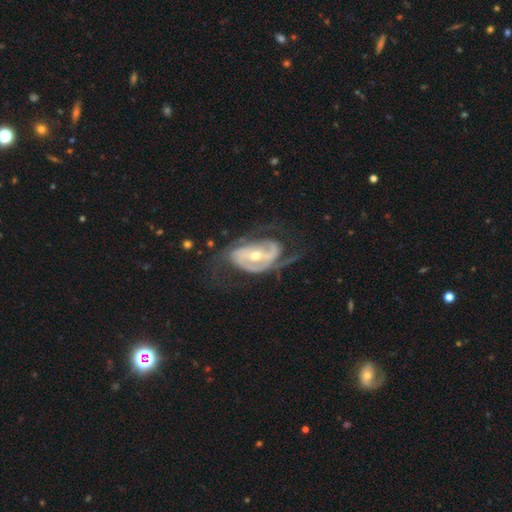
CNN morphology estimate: Smooth or featured? Predicted: featured or disk (p=0.88). Edge-on disk? Predicted: no (p=0.96). Bar? Predicted: strong (p=0.37). Spiral arms? Predicted: yes (p=0.93). Spiral winding? Predicted: medium (p=0.42). Spiral arm count? Predicted: 2 (p=0.68). Bulge size? Predicted: moderate (p=0.51). Merging? Predicted: none (p=0.55).